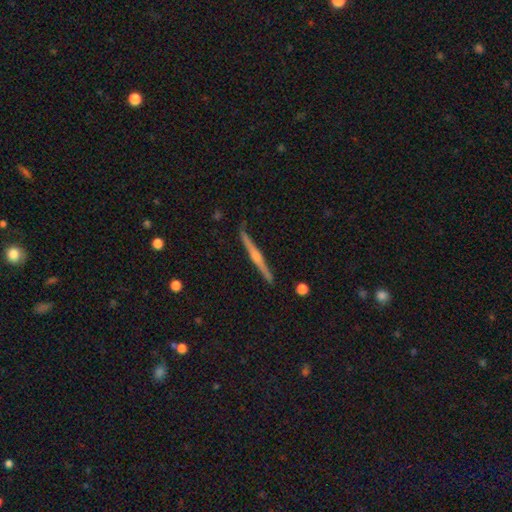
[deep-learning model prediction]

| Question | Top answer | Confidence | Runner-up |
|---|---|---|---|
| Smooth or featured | featured or disk | 75% | smooth (19%) |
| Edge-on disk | yes | 98% | no (2%) |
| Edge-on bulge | rounded | 71% | none (18%) |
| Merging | none | 90% | minor disturbance (7%) |